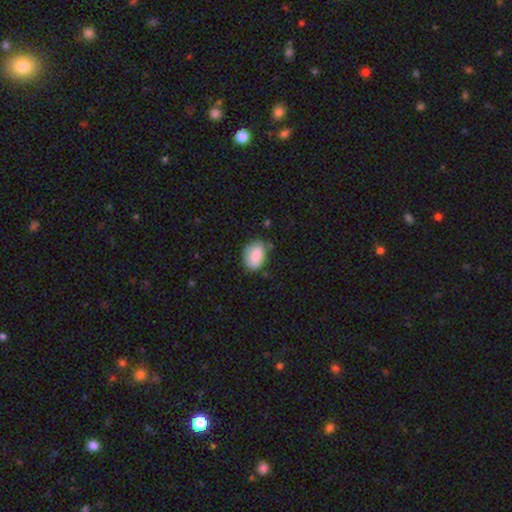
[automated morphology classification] A smooth galaxy with no disk features (85%) that is in between round and cigar-shaped (85%).

Vote fractions:
- Smooth or featured? smooth: 85% / featured or disk: 8% / star or artifact: 7%
- How rounded? in between: 85% / round: 14% / cigar-shaped: 1%
- Merging? none: 64% / minor disturbance: 28% / major disturbance: 5% / merger: 3%